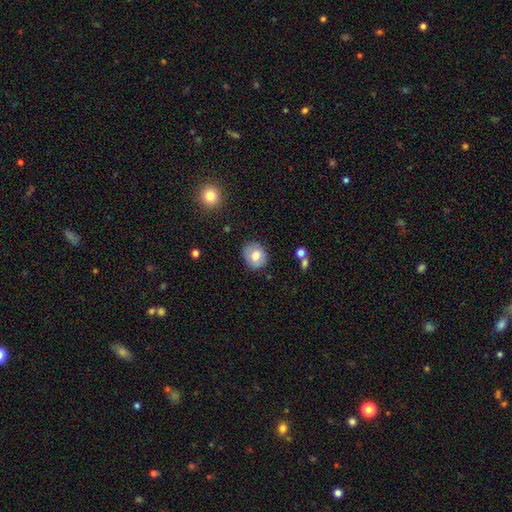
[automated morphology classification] Q: Smooth or featured?
A: smooth (76%); runner-up: featured or disk (16%)
Q: How rounded?
A: round (67%); runner-up: in between (32%)
Q: Merging?
A: none (82%); runner-up: minor disturbance (13%)